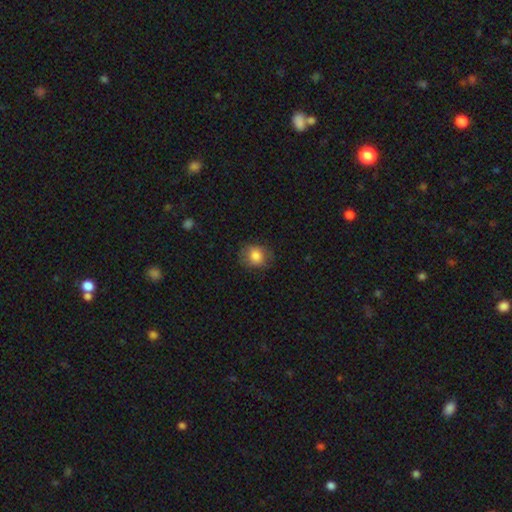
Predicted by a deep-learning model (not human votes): Smooth or featured? smooth (82%)
How rounded? round (71%)
Merging? none (77%)